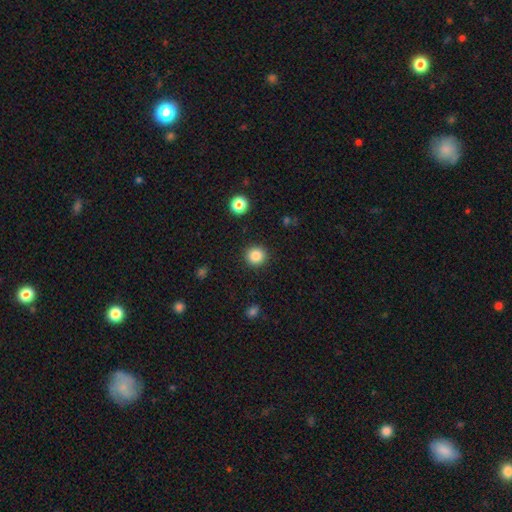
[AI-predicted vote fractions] A smooth galaxy with no disk features (85%) that is round (92%).

Vote fractions:
- Smooth or featured? smooth: 85% / star or artifact: 10% / featured or disk: 4%
- How rounded? round: 92% / in between: 7% / cigar-shaped: 1%
- Merging? none: 91% / minor disturbance: 6% / major disturbance: 2% / merger: 1%